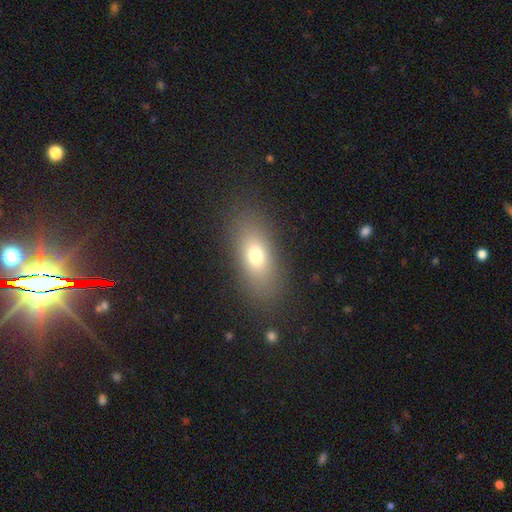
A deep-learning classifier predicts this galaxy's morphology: Smooth or featured: smooth — 72% (featured or disk — 17%)
How rounded: in between — 81% (cigar-shaped — 12%)
Merging: none — 84% (minor disturbance — 10%)